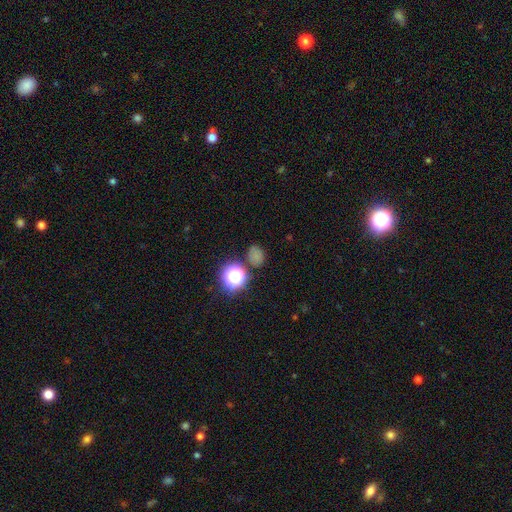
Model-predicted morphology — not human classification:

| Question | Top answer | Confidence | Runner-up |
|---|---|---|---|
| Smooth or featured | smooth | 66% | star or artifact (28%) |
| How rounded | round | 58% | in between (40%) |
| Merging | none | 74% | minor disturbance (13%) |